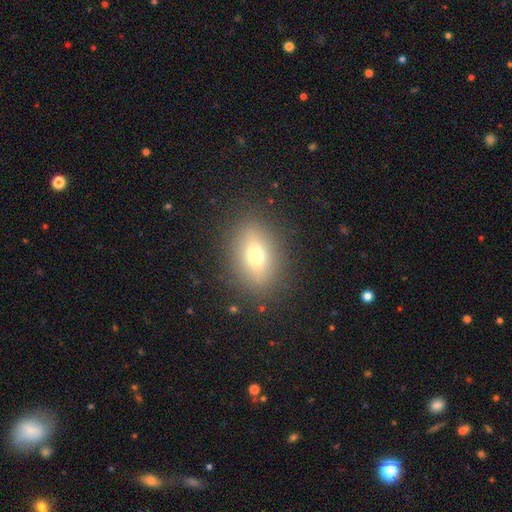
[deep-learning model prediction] This appears to be a smooth galaxy with no disk features (64%) that is in between round and cigar-shaped (73%). Merging: none (85%).